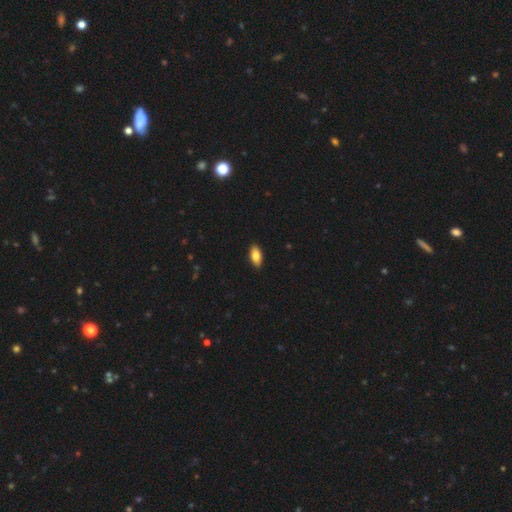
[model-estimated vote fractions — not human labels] smooth-or-featured: smooth: 84% | featured or disk: 9% | star or artifact: 7%
  how-rounded: in between: 91% | cigar-shaped: 7% | round: 3%
  merging: none: 90% | minor disturbance: 8% | major disturbance: 2% | merger: 1%